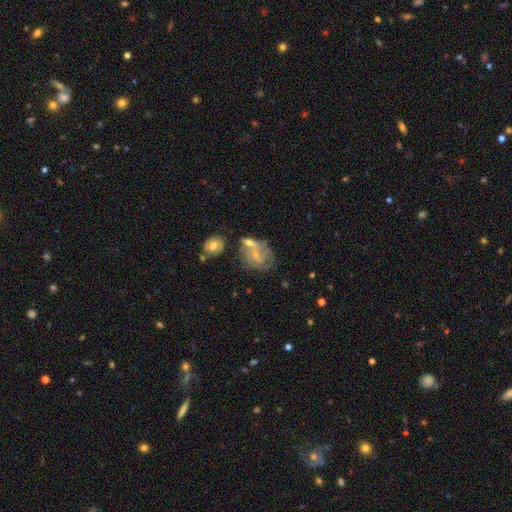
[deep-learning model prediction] Q: Smooth or featured?
A: featured or disk (70%); runner-up: smooth (22%)
Q: Edge-on disk?
A: no (97%); runner-up: yes (3%)
Q: Bar?
A: no (55%); runner-up: weak (38%)
Q: Spiral arms?
A: yes (82%); runner-up: no (18%)
Q: Spiral winding?
A: tight (46%); runner-up: medium (40%)
Q: Spiral arm count?
A: 2 (39%); runner-up: can't tell (33%)
Q: Bulge size?
A: small (63%); runner-up: moderate (29%)
Q: Merging?
A: none (38%); runner-up: merger (29%)